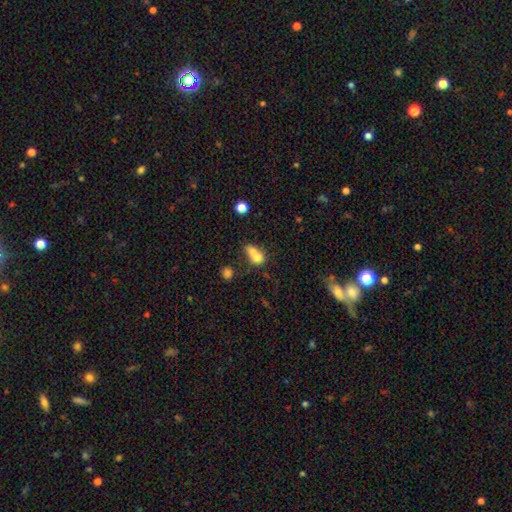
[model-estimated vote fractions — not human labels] Morphology: type=smooth (71%); roundness=round (50%); merging=merger (65%).